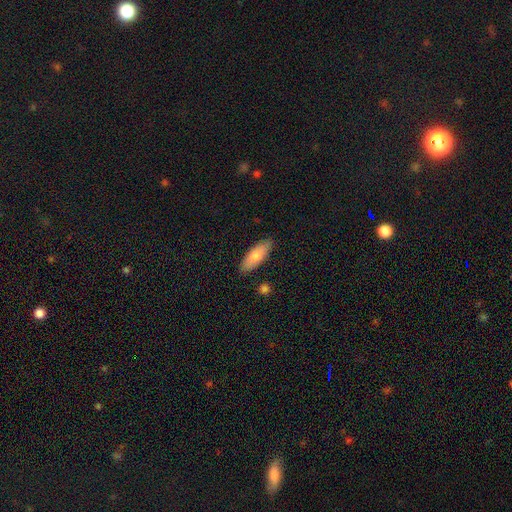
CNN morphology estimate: Smooth or featured? Predicted: smooth (p=0.77). How rounded? Predicted: in between (p=0.70). Merging? Predicted: none (p=0.86).